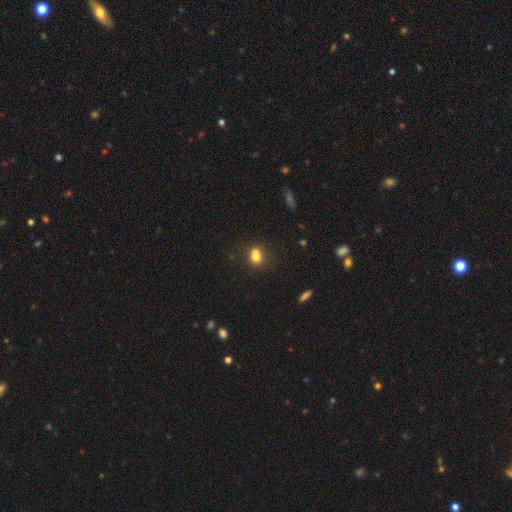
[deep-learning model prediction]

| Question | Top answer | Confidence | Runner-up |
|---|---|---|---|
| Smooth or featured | smooth | 79% | star or artifact (12%) |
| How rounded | in between | 63% | round (34%) |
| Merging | none | 56% | merger (21%) |